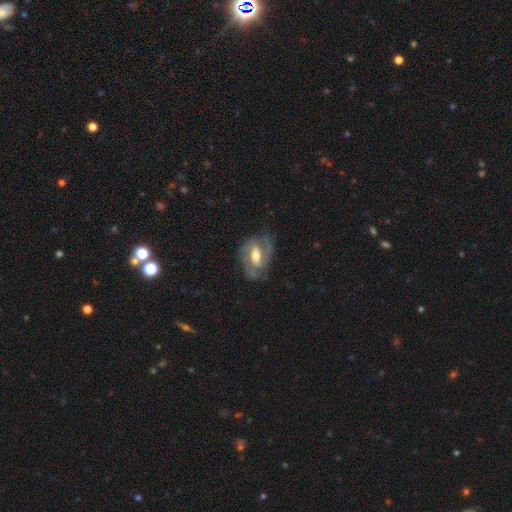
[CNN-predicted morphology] Smooth or featured? Predicted: featured or disk (p=0.80). Edge-on disk? Predicted: no (p=0.95). Bar? Predicted: weak (p=0.43). Spiral arms? Predicted: yes (p=0.89). Spiral winding? Predicted: medium (p=0.49). Spiral arm count? Predicted: 2 (p=0.80). Bulge size? Predicted: moderate (p=0.66). Merging? Predicted: none (p=0.69).